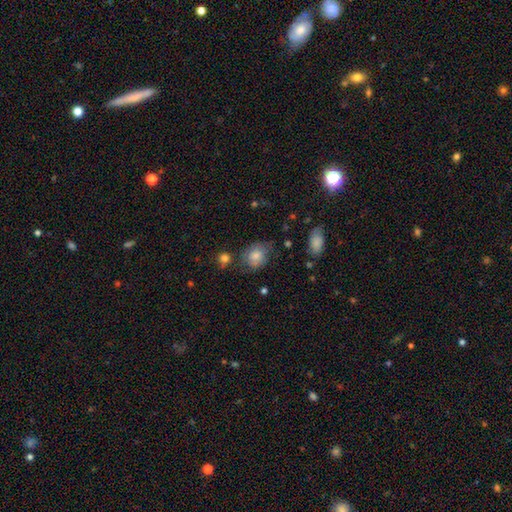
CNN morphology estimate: This appears to be a smooth galaxy with no disk features (68%) that is round (59%). Merging: none (63%).